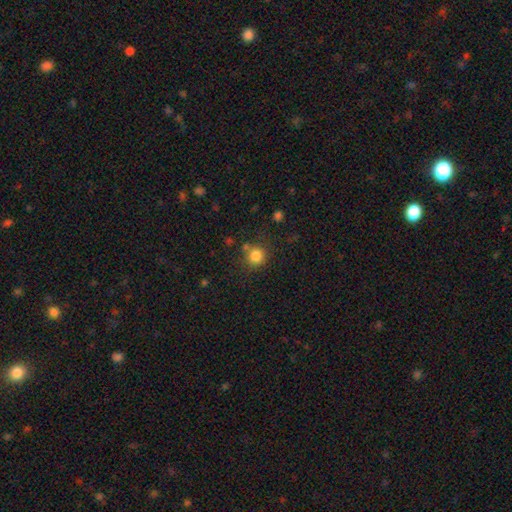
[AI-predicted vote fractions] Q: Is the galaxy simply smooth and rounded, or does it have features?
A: smooth — 83%.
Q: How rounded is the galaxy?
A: round — 90%.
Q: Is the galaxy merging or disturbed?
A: none — 73%.